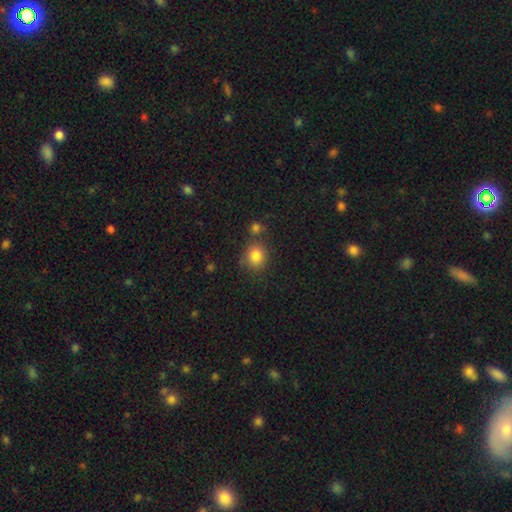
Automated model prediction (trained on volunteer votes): Smooth or featured? smooth (83%)
How rounded? round (78%)
Merging? none (69%)